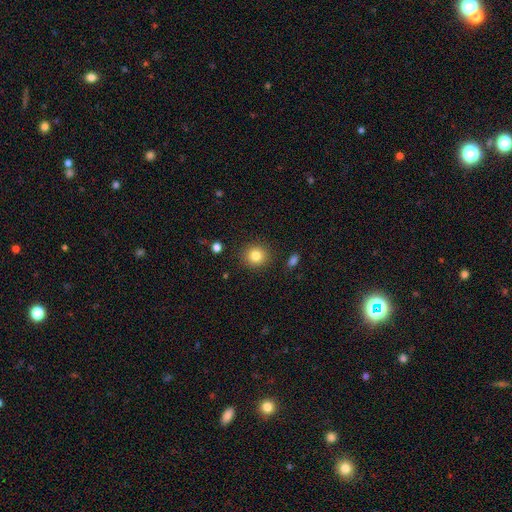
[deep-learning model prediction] Morphology: type=smooth (83%); roundness=round (88%); merging=none (90%).